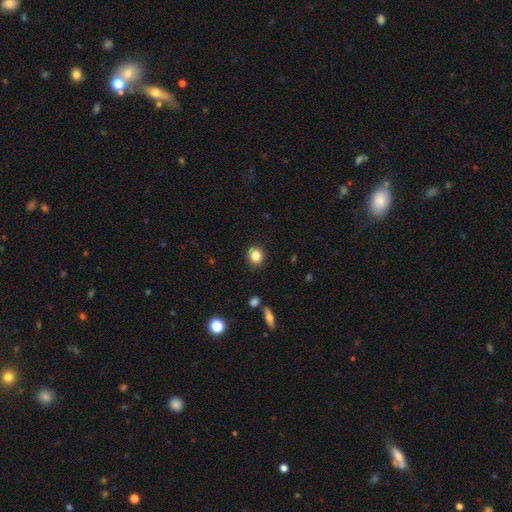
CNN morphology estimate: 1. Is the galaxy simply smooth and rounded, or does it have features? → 84% smooth, 10% star or artifact, 6% featured or disk.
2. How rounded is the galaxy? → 80% round, 19% in between, 1% cigar-shaped.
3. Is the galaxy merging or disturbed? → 90% none, 7% minor disturbance, 2% major disturbance, 1% merger.